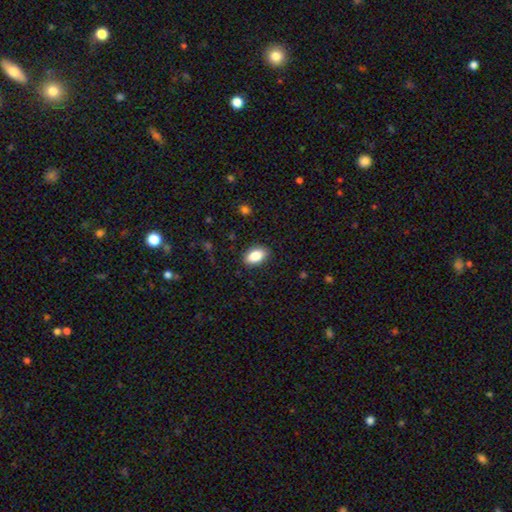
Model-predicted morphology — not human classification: This appears to be a smooth galaxy with no disk features (86%) that is in between round and cigar-shaped (92%). Merging: none (87%).